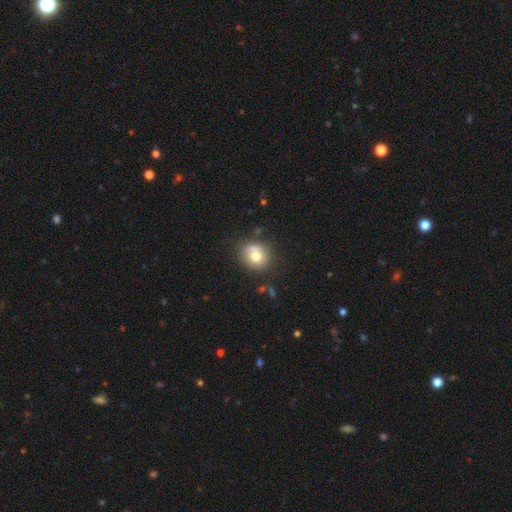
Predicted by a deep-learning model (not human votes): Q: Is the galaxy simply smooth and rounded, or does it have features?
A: smooth — 72%.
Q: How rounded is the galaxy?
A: round — 81%.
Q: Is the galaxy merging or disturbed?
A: none — 61%.